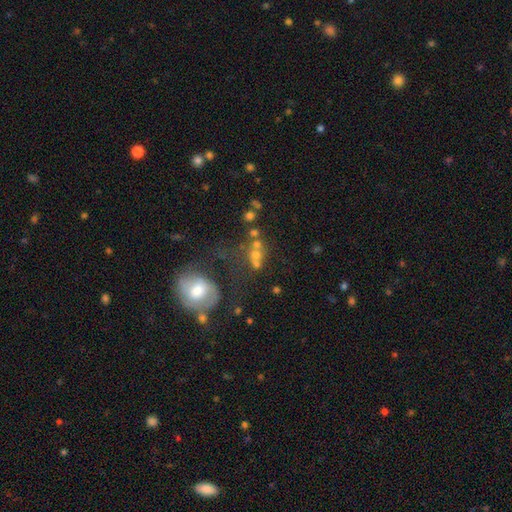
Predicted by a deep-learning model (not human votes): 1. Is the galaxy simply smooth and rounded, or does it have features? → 51% smooth, 29% featured or disk, 20% star or artifact.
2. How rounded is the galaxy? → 63% round, 34% in between, 3% cigar-shaped.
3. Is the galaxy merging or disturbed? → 37% merger, 36% none, 14% major disturbance, 14% minor disturbance.